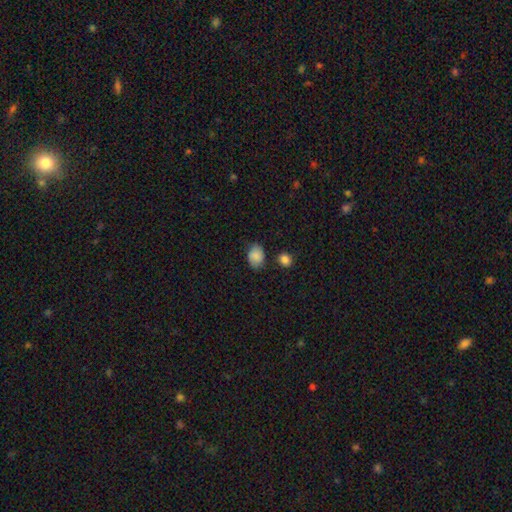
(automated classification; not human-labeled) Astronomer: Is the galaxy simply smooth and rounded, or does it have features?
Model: smooth — 85%.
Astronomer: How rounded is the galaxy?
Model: in between — 63%.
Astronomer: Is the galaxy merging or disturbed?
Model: none — 74%.